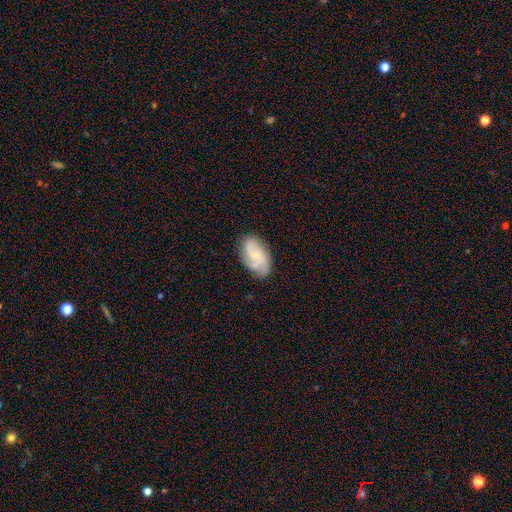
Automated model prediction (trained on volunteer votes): A featured or disk galaxy (70%) with no bar (67%), 3 (38%) medium (45%) spiral arms (95%) and a small central bulge (70%). Merging: none (77%).